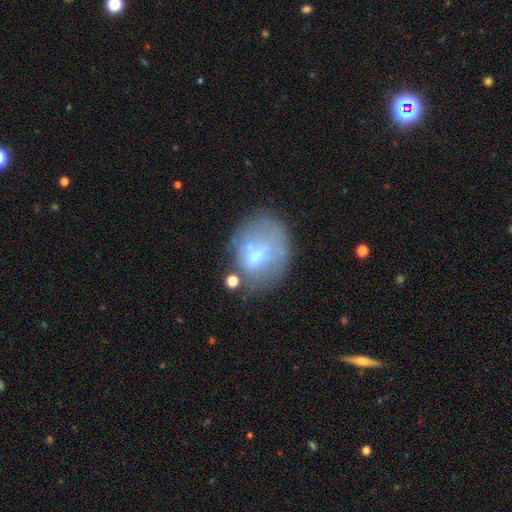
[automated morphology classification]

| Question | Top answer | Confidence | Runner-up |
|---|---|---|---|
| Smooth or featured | smooth | 46% | featured or disk (42%) |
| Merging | none | 48% | minor disturbance (22%) |